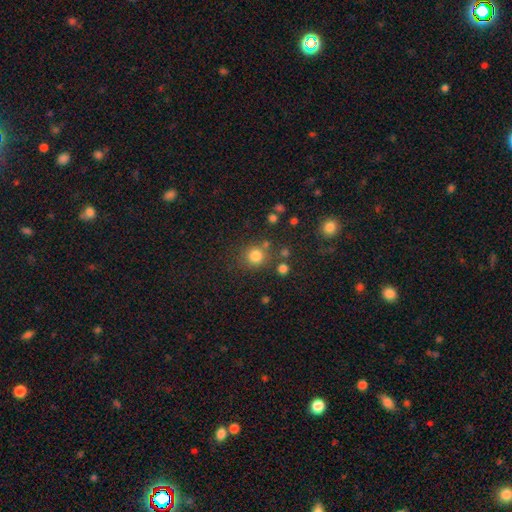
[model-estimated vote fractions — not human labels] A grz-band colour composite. It shows a smooth galaxy with no disk features (81%) that is round (91%). Merging: none (77%).